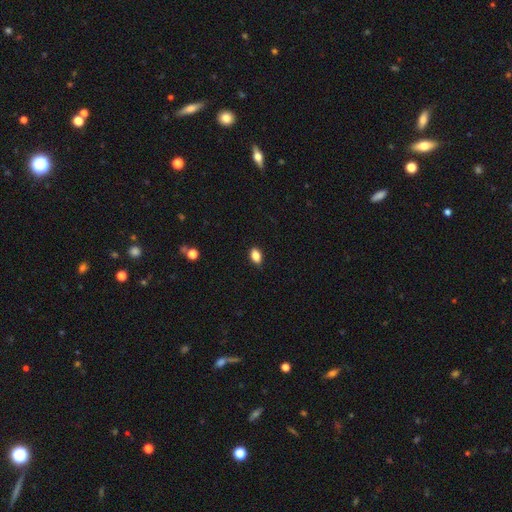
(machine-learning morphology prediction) This is clearly a smooth galaxy (84%). How rounded: clearly in between (86%). Merging: clearly none (82%).